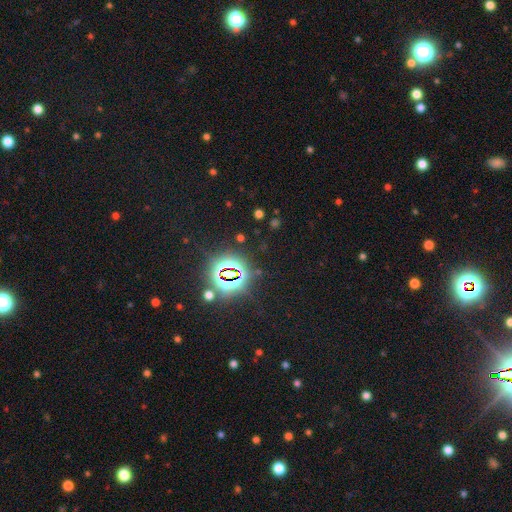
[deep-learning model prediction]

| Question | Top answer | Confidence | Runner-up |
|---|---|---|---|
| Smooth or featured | star or artifact | 84% | smooth (9%) |